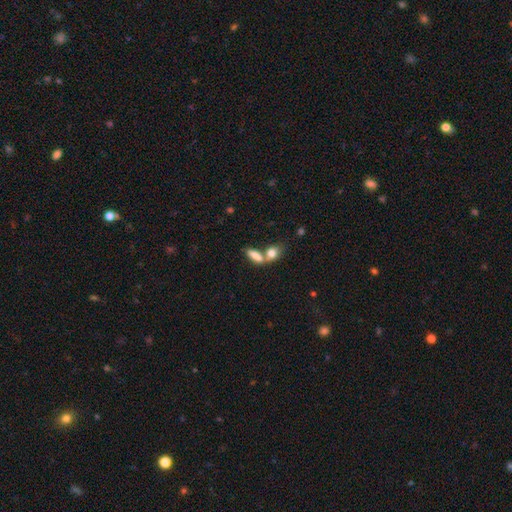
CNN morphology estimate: Smooth or featured? Predicted: smooth (p=0.80). How rounded? Predicted: in between (p=0.70). Merging? Predicted: merger (p=0.49).